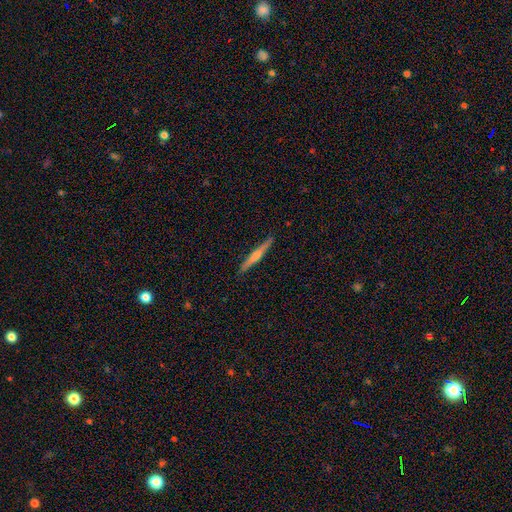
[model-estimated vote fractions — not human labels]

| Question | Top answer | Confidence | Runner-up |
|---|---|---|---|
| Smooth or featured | featured or disk | 70% | smooth (24%) |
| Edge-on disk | yes | 98% | no (2%) |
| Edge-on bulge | rounded | 80% | none (13%) |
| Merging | none | 91% | minor disturbance (6%) |